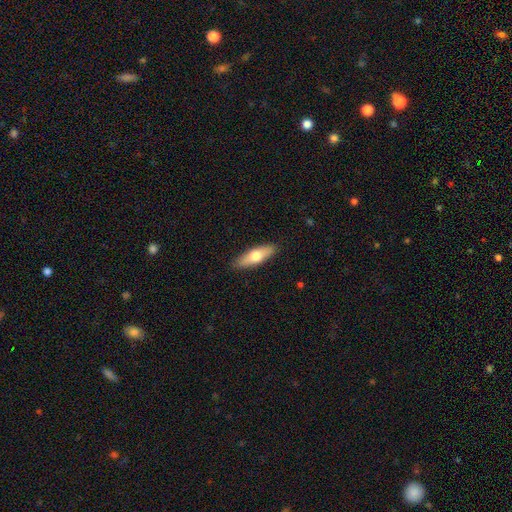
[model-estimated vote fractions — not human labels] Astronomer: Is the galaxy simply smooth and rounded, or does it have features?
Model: smooth — 64%.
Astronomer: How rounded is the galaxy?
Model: in between — 52% (runner-up: cigar-shaped, 46%).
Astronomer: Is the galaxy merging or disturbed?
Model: none — 89%.